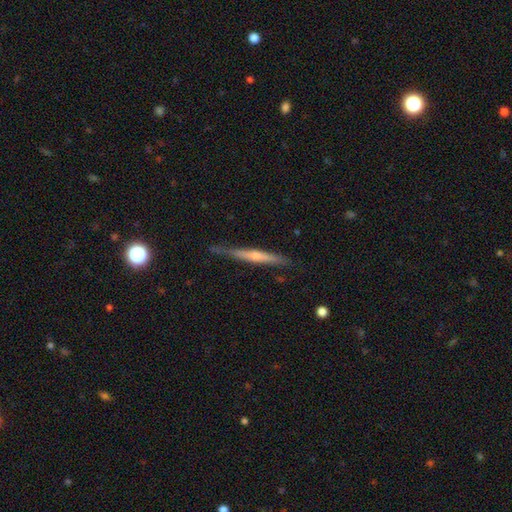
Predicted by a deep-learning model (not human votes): This appears to be a featured or disk galaxy (63%) viewed edge-on (97%) with a rounded central bulge (58%). Merging: none (79%).